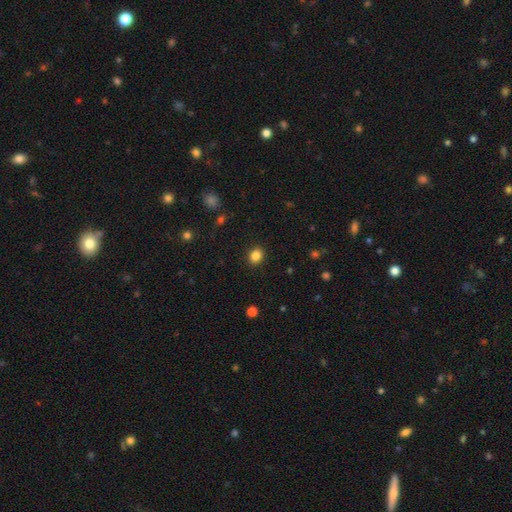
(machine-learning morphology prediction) This is clearly a smooth galaxy (85%). How rounded: likely round (61%). Merging: clearly none (91%).